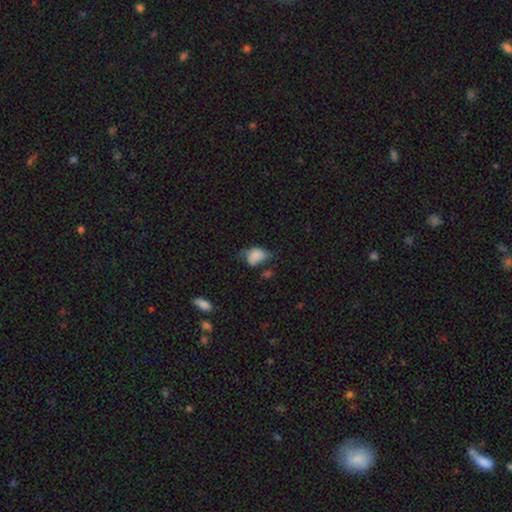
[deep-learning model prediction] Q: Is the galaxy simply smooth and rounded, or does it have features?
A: smooth — 79%.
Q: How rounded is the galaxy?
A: in between — 78%.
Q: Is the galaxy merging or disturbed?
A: minor disturbance — 39%.